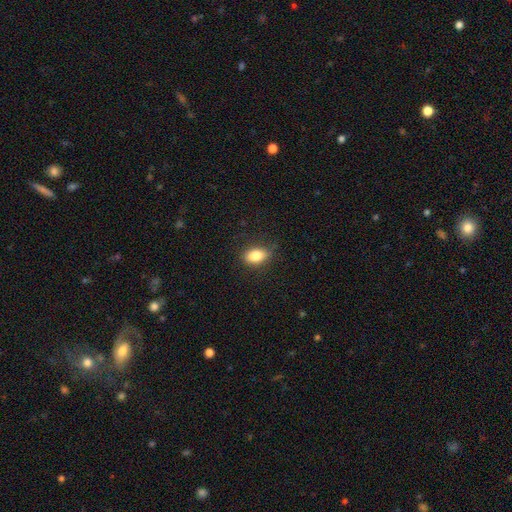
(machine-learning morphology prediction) Smooth or featured: smooth — 83% (featured or disk — 9%)
How rounded: in between — 85% (round — 12%)
Merging: none — 83% (minor disturbance — 13%)